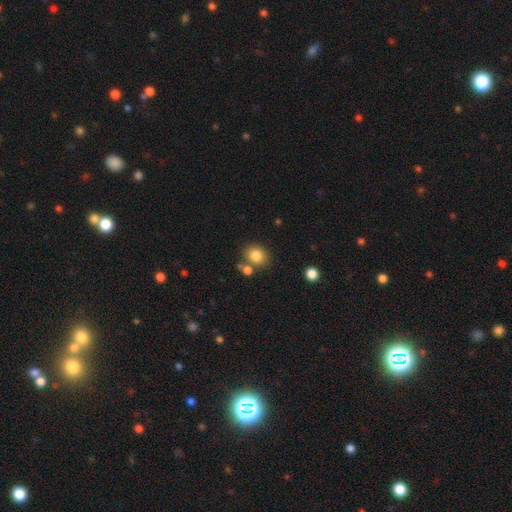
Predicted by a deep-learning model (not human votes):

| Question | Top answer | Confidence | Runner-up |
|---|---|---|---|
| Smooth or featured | smooth | 83% | star or artifact (10%) |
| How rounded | round | 64% | in between (35%) |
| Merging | none | 68% | merger (17%) |